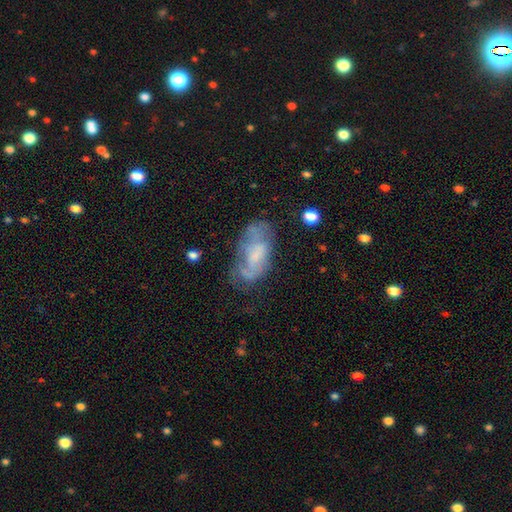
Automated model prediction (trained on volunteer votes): featured or disk 55%, smooth 36%, star or artifact 9%. Down the decision tree: edge-on disk — no (93%); bar — no (59%); spiral arms — yes (51%); bulge size — small (42%); merging — none (46%).